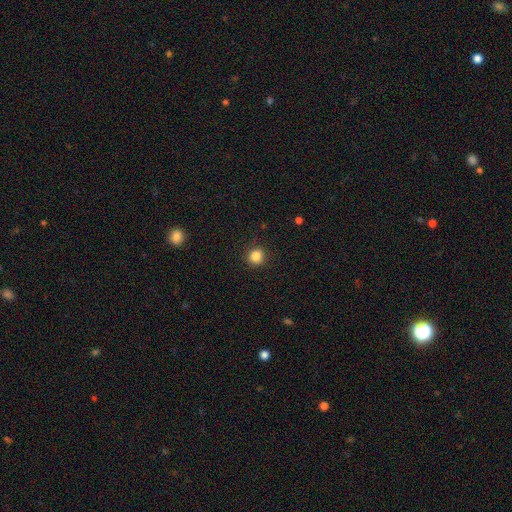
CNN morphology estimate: type=smooth (85%); roundness=round (88%); merging=none (89%).